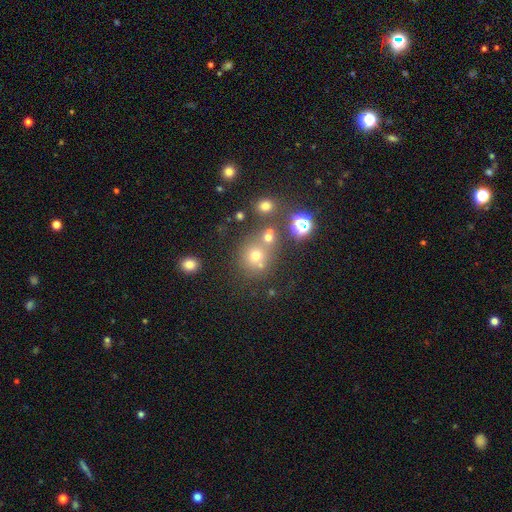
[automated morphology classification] Smooth or featured? Predicted: smooth (p=0.61). How rounded? Predicted: round (p=0.85). Merging? Predicted: none (p=0.60).